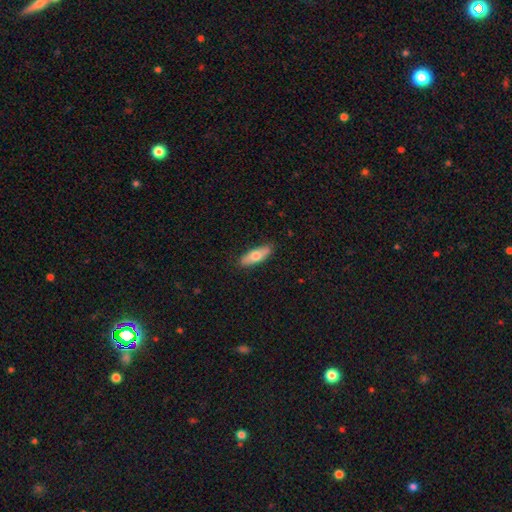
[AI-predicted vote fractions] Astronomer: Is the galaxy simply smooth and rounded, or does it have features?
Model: smooth — 69%.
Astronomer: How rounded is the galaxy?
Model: in between — 60% (runner-up: cigar-shaped, 38%).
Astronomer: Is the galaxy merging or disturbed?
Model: none — 87%.